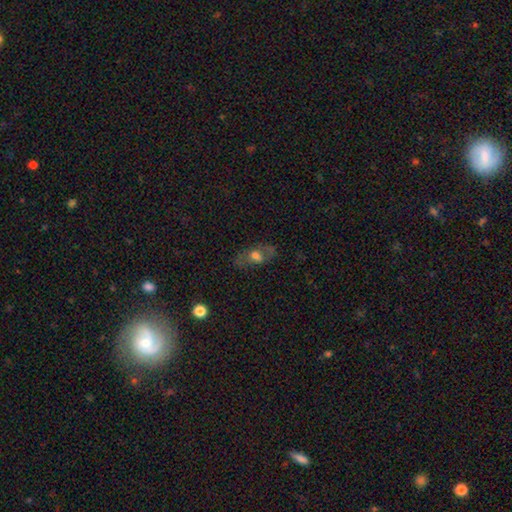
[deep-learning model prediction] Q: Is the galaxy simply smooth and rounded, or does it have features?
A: smooth — 52%.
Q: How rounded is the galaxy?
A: in between — 78%.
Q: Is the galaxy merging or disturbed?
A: none — 71%.